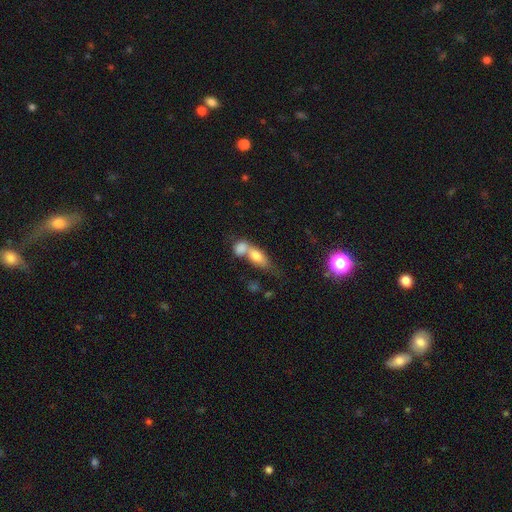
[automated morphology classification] A smooth galaxy with no disk features (73%) that is in between round and cigar-shaped (74%). Merging: merger (67%).